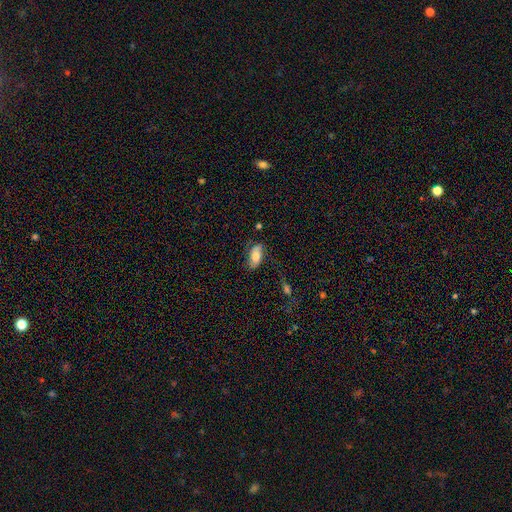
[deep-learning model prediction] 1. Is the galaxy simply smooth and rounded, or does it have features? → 59% smooth, 33% featured or disk, 8% star or artifact.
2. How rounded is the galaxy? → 90% in between, 6% cigar-shaped, 4% round.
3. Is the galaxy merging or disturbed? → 62% none, 23% minor disturbance, 12% major disturbance, 3% merger.